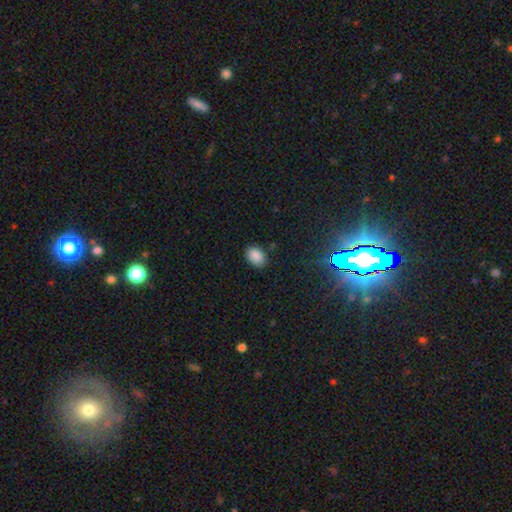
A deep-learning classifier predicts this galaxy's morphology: Q: Smooth or featured?
A: smooth (88%); runner-up: star or artifact (9%)
Q: How rounded?
A: in between (79%); runner-up: round (20%)
Q: Merging?
A: none (84%); runner-up: minor disturbance (12%)